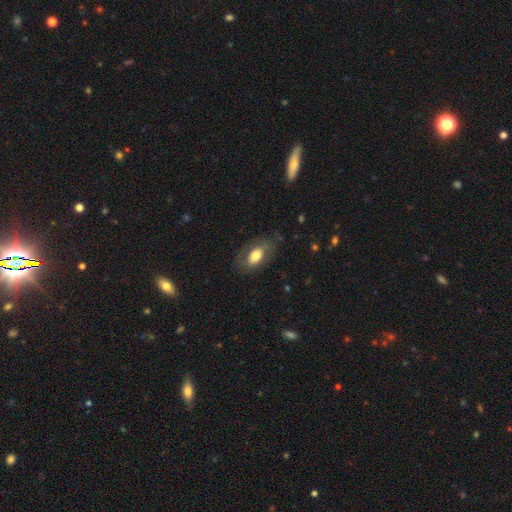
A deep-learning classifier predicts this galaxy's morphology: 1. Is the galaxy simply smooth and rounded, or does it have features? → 64% smooth, 29% featured or disk, 7% star or artifact.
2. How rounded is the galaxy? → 90% in between, 6% round, 4% cigar-shaped.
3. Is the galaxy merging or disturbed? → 72% none, 18% minor disturbance, 9% major disturbance, 1% merger.